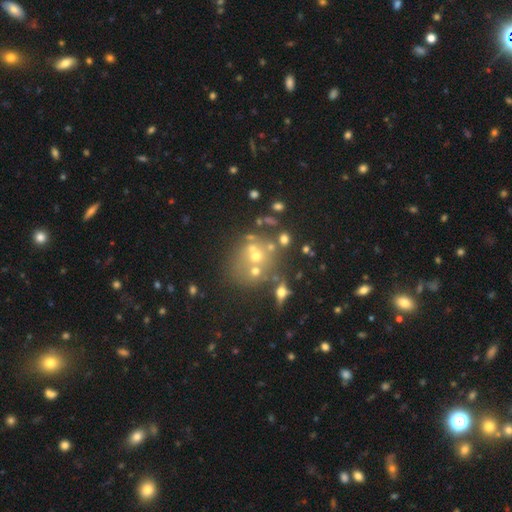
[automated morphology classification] Smooth or featured: smooth — 39% (star or artifact — 35%)
Merging: none — 49% (merger — 30%)